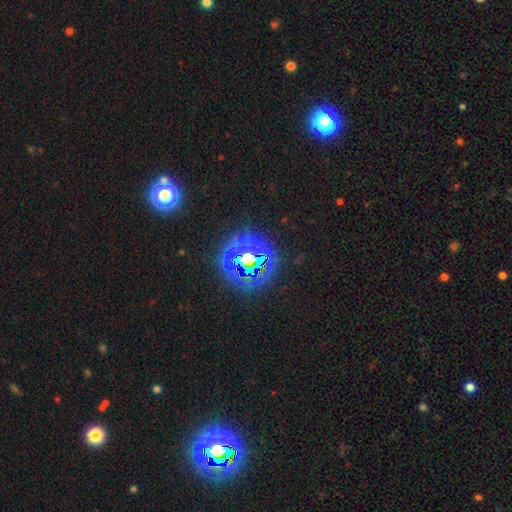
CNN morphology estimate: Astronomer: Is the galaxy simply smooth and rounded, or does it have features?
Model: star or artifact — 75%.